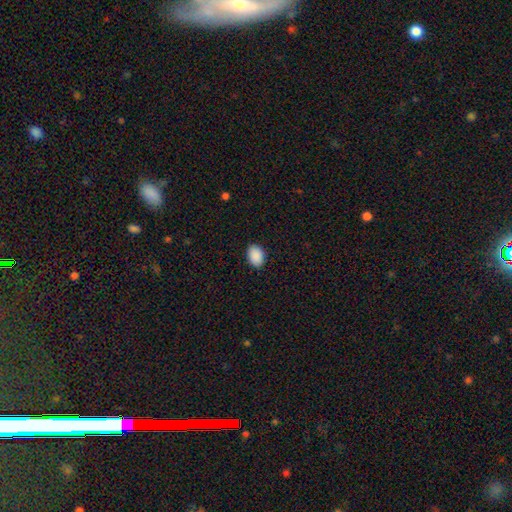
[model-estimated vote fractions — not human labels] Smooth or featured?
  - smooth: 91% *
  - star or artifact: 7%
  - featured or disk: 2%
How rounded?
  - in between: 78% *
  - round: 21%
  - cigar-shaped: 1%
Merging?
  - none: 88% *
  - minor disturbance: 9%
  - major disturbance: 2%
  - merger: 1%